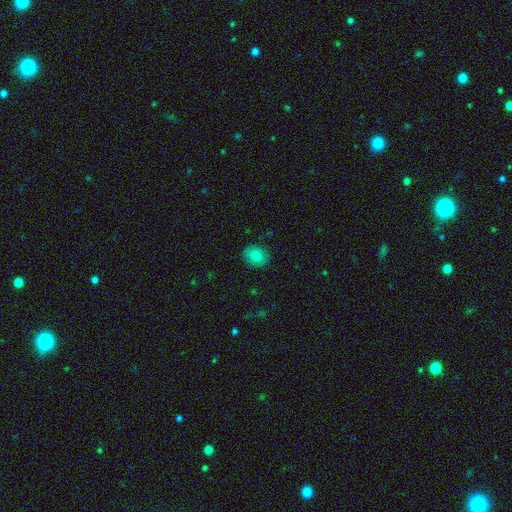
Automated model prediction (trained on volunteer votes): Morphology: type=smooth (78%); roundness=round (73%); merging=none (88%).